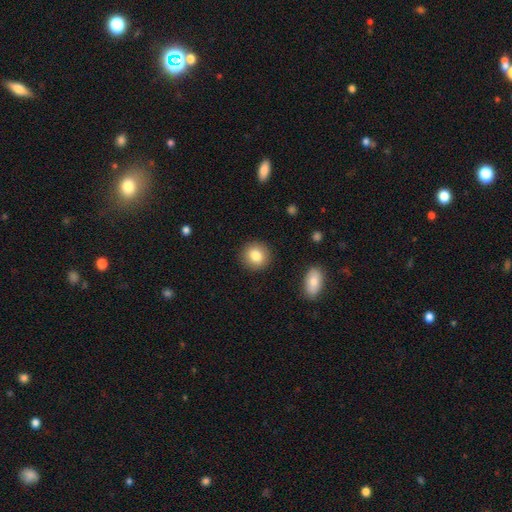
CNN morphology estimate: A smooth galaxy with no disk features (83%) that is round (88%).

Vote fractions:
- Smooth or featured? smooth: 83% / star or artifact: 9% / featured or disk: 8%
- How rounded? round: 88% / in between: 11% / cigar-shaped: 1%
- Merging? none: 90% / minor disturbance: 6% / major disturbance: 2% / merger: 1%